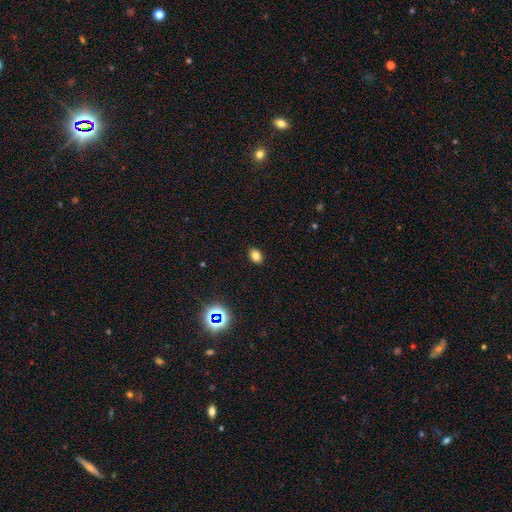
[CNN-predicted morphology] smooth 80%, star or artifact 14%, featured or disk 6%. Down the decision tree: how rounded — in between (78%); merging — none (89%).